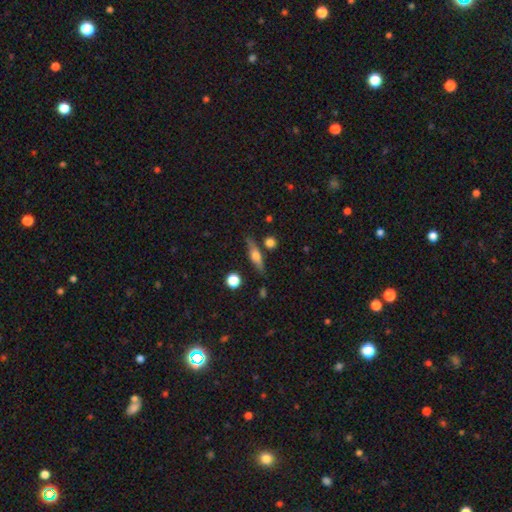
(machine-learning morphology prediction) Smooth or featured? Predicted: featured or disk (p=0.53). Edge-on disk? Predicted: yes (p=0.93). Merging? Predicted: none (p=0.79).